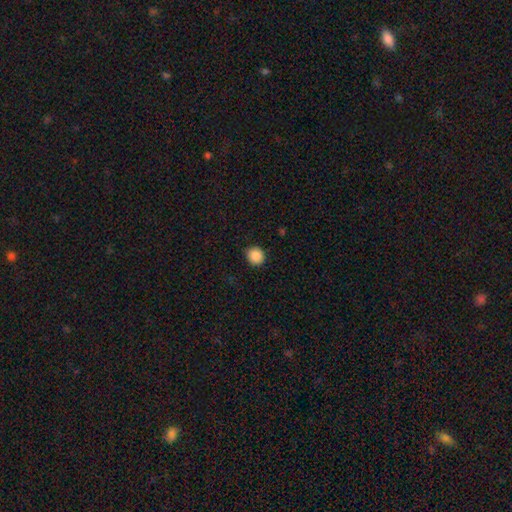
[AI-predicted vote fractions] smooth_or_featured: smooth (p=0.88) [alt: star or artifact p=0.09]
how_rounded: round (p=0.90) [alt: in between p=0.09]
merging: none (p=0.87) [alt: minor disturbance p=0.09]